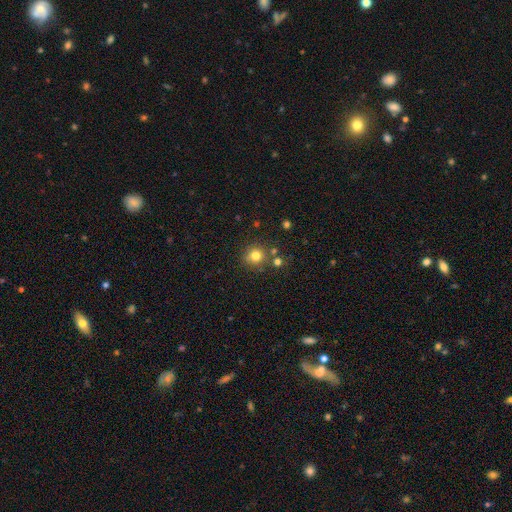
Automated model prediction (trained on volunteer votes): A smooth galaxy with no disk features (78%) that is round (89%). Merging: none (77%).